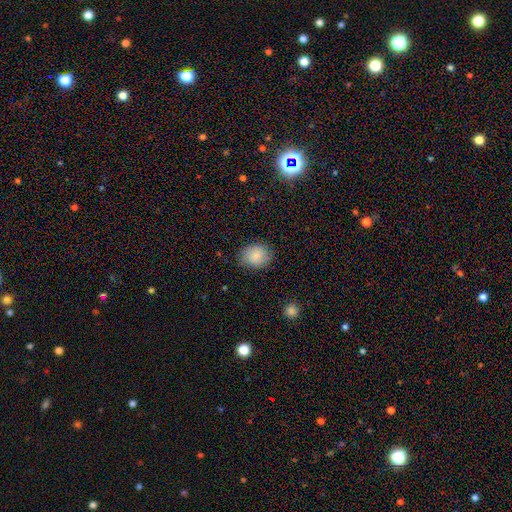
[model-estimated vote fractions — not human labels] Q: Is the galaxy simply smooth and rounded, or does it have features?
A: smooth — 85%.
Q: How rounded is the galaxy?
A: round — 63%.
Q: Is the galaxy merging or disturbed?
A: none — 81%.